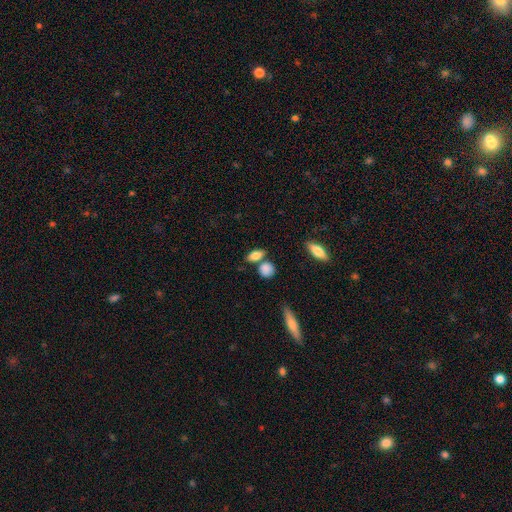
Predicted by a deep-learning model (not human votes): smooth-or-featured: smooth: 80% | featured or disk: 11% | star or artifact: 8%
  how-rounded: in between: 71% | round: 18% | cigar-shaped: 12%
  merging: none: 62% | merger: 20% | minor disturbance: 13% | major disturbance: 4%